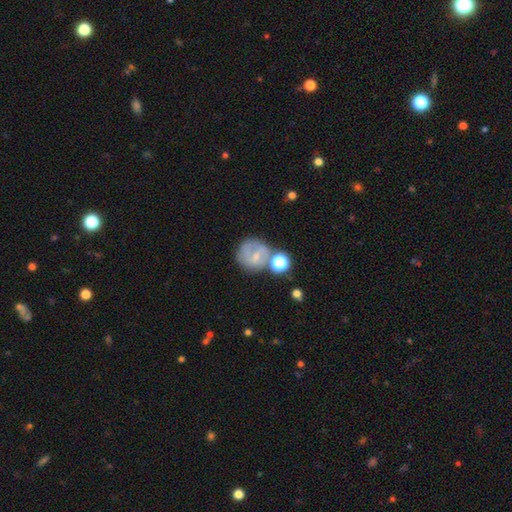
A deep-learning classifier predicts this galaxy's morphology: A smooth galaxy with no disk features (49%).

Vote fractions:
- Smooth or featured? smooth: 49% / featured or disk: 38% / star or artifact: 13%
- Merging? none: 54% / minor disturbance: 19% / merger: 16% / major disturbance: 11%